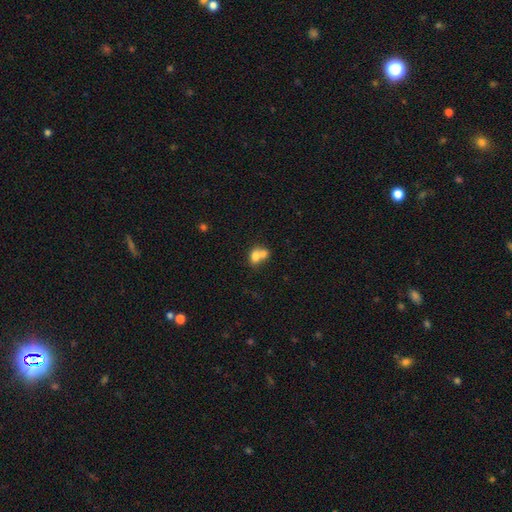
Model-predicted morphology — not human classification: type=smooth (72%); roundness=in between (59%); merging=merger (68%).